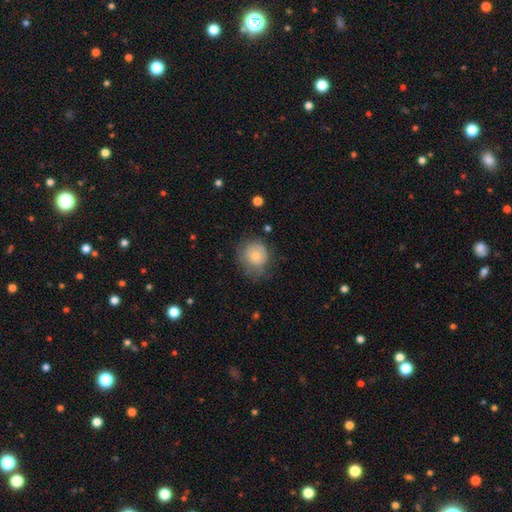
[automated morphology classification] A smooth galaxy with no disk features (70%) that is round (81%). Merging: none (55%).